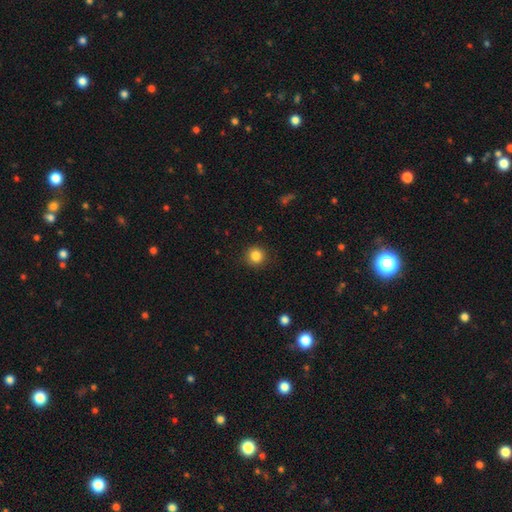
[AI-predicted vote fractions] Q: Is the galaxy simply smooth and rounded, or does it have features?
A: smooth — 85%.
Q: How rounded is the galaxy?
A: round — 94%.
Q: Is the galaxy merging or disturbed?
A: none — 91%.